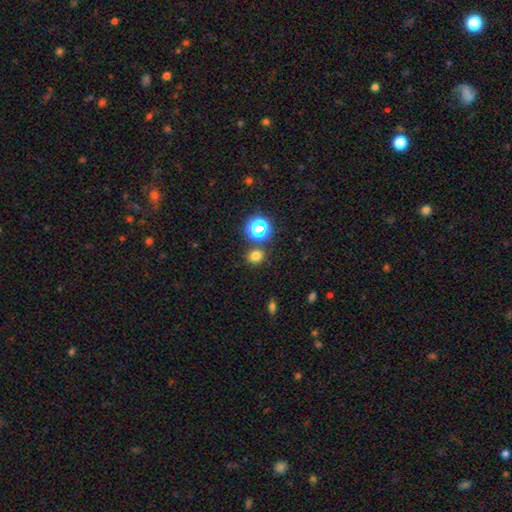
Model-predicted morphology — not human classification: smooth 72%, star or artifact 22%, featured or disk 6%. Down the decision tree: how rounded — round (81%); merging — none (81%).